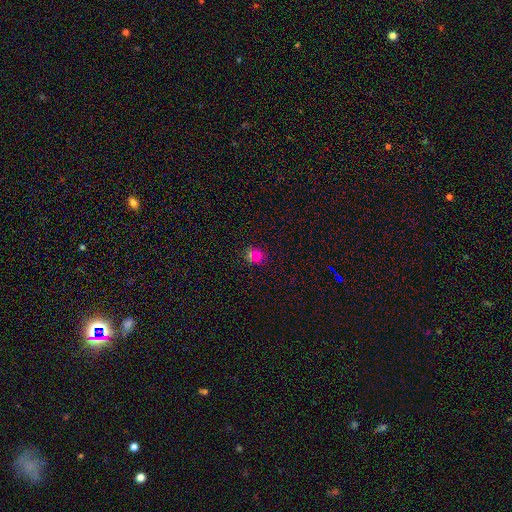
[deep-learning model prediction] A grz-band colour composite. It shows a smooth galaxy with no disk features (70%) that is round (80%). Merging: none (76%).